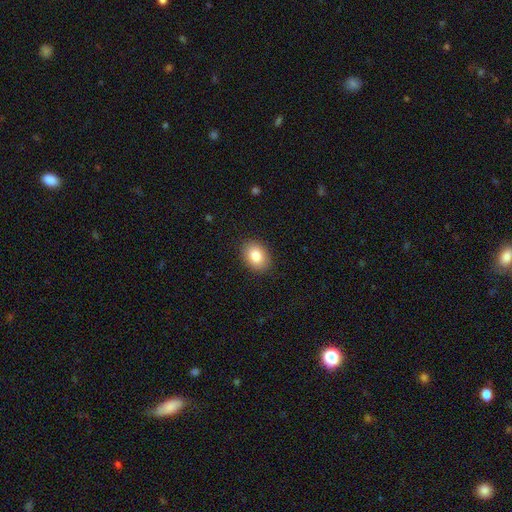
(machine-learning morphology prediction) Q: Smooth or featured?
A: smooth (85%); runner-up: star or artifact (8%)
Q: How rounded?
A: in between (75%); runner-up: round (25%)
Q: Merging?
A: none (88%); runner-up: minor disturbance (8%)